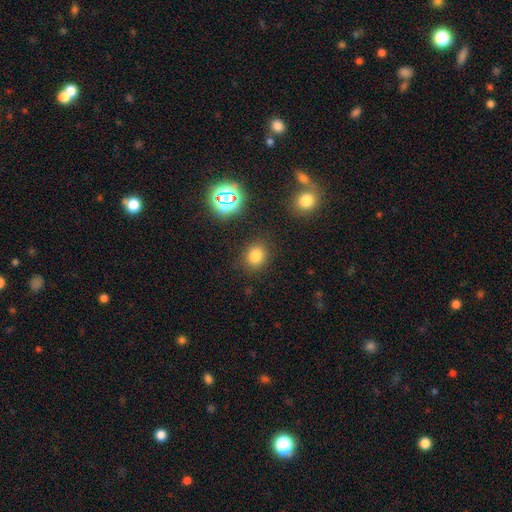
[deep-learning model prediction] Smooth or featured: smooth — 77% (star or artifact — 17%)
How rounded: round — 65% (in between — 34%)
Merging: none — 85% (minor disturbance — 9%)